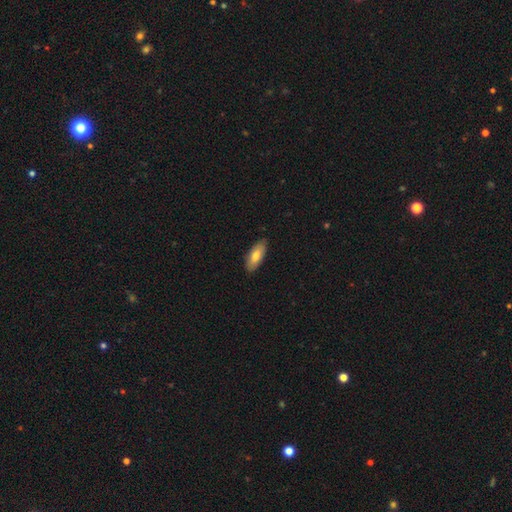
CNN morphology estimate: Overall: smooth (75%). How rounded: in between (83%). Merging: none (86%).